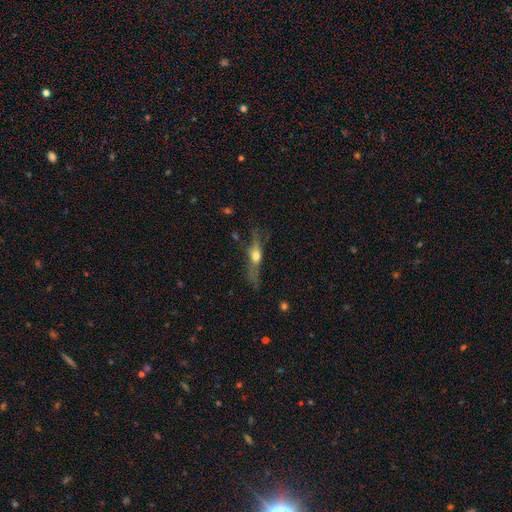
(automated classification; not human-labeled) smooth-or-featured: featured or disk: 52% | smooth: 40% | star or artifact: 8%
  disk-edge-on: yes: 83% | no: 17%
  merging: none: 62% | minor disturbance: 22% | major disturbance: 14% | merger: 3%